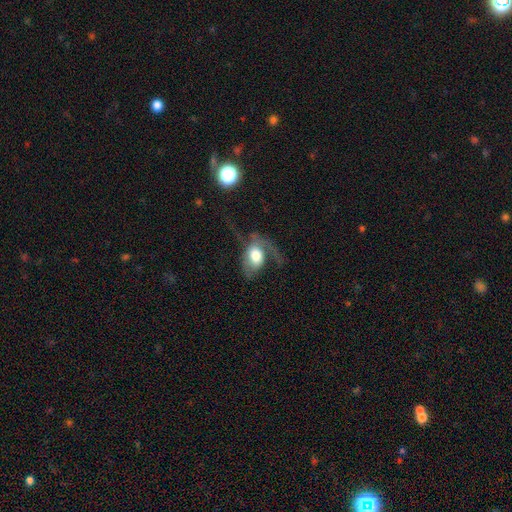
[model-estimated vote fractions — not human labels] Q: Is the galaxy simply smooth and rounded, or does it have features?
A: featured or disk — 47%.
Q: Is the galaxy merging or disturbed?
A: major disturbance — 57%.